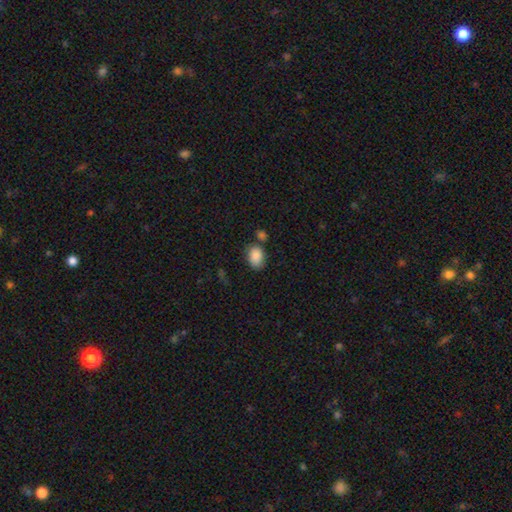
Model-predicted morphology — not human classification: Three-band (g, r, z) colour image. It shows a smooth galaxy with no disk features (88%) that is in between round and cigar-shaped (78%). Merging: none (62%).